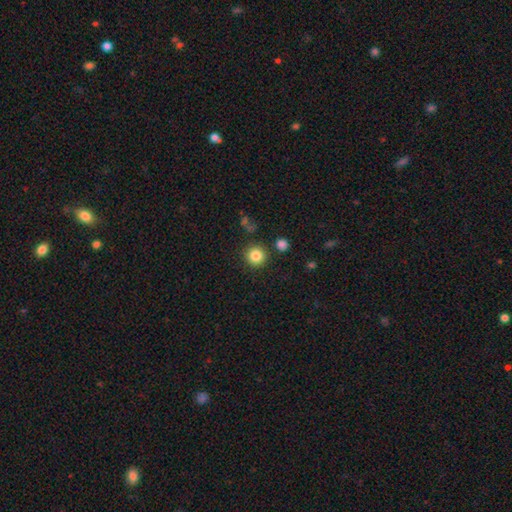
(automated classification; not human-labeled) smooth_or_featured: smooth (p=0.84) [alt: star or artifact p=0.11]
how_rounded: round (p=0.94) [alt: in between p=0.05]
merging: none (p=0.87) [alt: minor disturbance p=0.06]